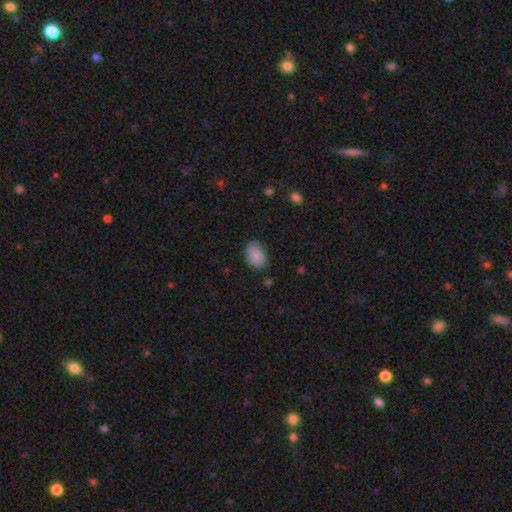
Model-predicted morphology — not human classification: The model was most divided on "merging": none: 79%, minor disturbance: 16%, major disturbance: 4%, merger: 1%. More confident: smooth or featured — smooth (86%); how rounded — in between (83%).